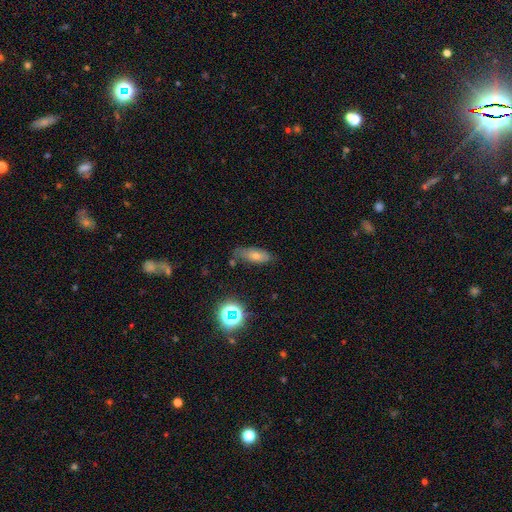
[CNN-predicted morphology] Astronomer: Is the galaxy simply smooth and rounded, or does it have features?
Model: smooth — 56%.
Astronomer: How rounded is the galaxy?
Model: in between — 65%.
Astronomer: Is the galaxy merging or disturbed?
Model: none — 68%.